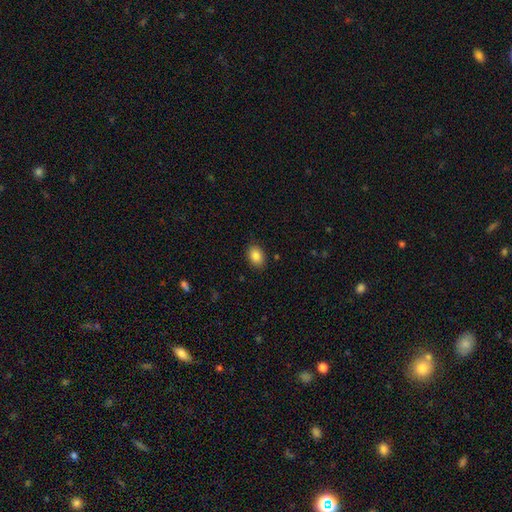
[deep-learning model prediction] Overall: smooth (85%). How rounded: in between (74%). Merging: none (88%).